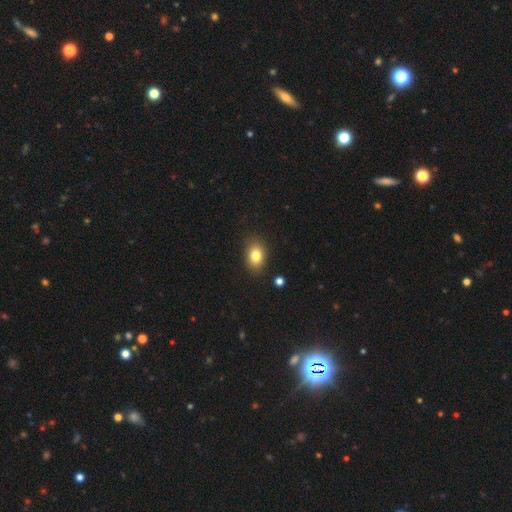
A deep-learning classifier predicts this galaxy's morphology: The model was most divided on "how rounded": in between: 77%, round: 21%, cigar-shaped: 1%. More confident: merging — none (85%); smooth or featured — smooth (81%).